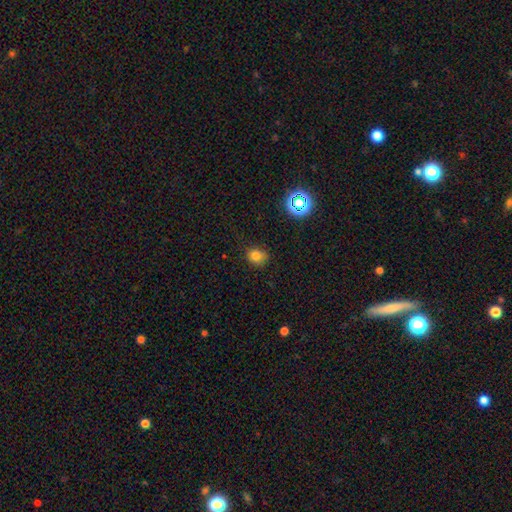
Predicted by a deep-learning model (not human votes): Smooth or featured? Predicted: smooth (p=0.77). How rounded? Predicted: round (p=0.65). Merging? Predicted: none (p=0.75).